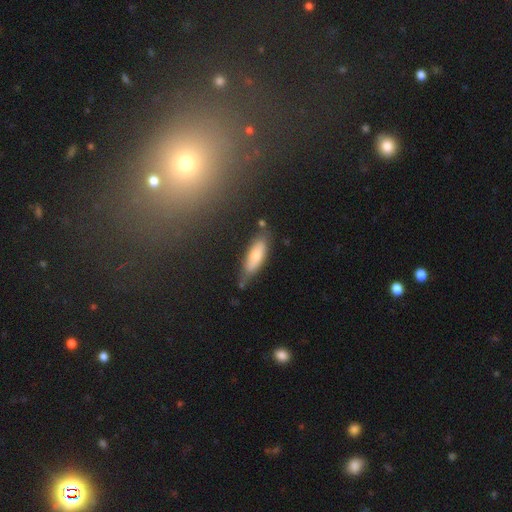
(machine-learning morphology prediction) type=smooth (70%); roundness=in between (55%); merging=none (64%).